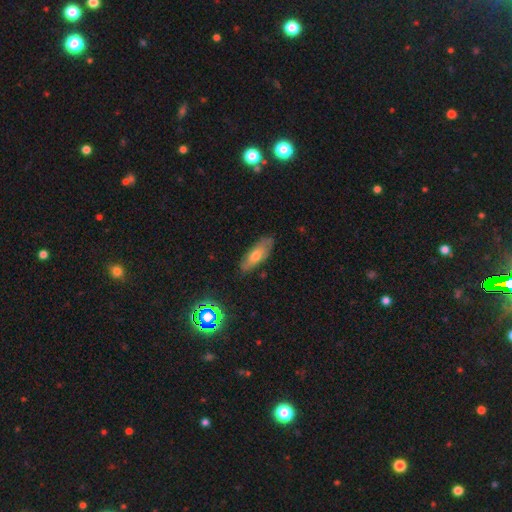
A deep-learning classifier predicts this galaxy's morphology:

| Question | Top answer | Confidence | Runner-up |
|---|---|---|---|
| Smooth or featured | smooth | 59% | featured or disk (31%) |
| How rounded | in between | 64% | cigar-shaped (34%) |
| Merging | none | 80% | minor disturbance (15%) |